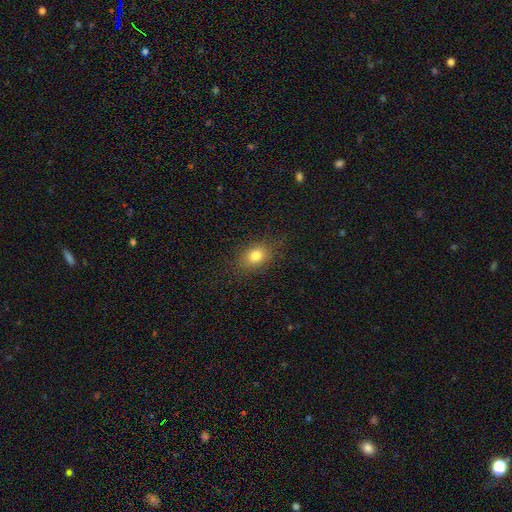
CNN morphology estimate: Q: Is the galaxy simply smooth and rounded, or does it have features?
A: smooth — 79%.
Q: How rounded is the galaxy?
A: in between — 63%.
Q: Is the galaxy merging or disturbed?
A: none — 83%.